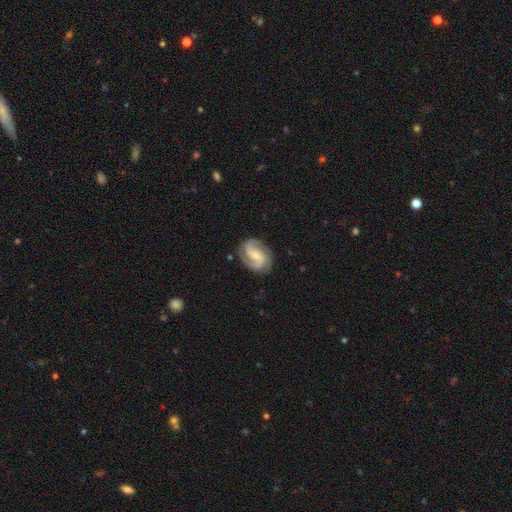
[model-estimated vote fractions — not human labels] This is clearly a featured or disk galaxy (86%). It is clearly not viewed edge-on (98%). Bar: possibly no (46%). Spiral arm pattern: clearly yes (97%). Spiral arm count: likely 2 (62%). Spiral winding: possibly medium (50%). Central bulge: likely small (62%). Merging: likely none (79%).